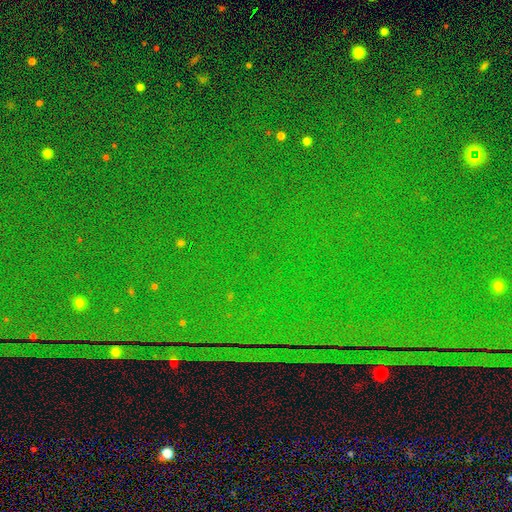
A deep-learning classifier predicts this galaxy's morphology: A star or artifact, not a galaxy (85%).